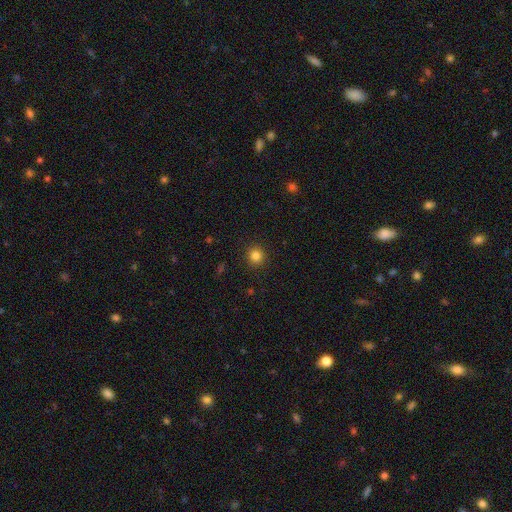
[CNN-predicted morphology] Q: Smooth or featured?
A: smooth (83%); runner-up: star or artifact (13%)
Q: How rounded?
A: round (91%); runner-up: in between (8%)
Q: Merging?
A: none (91%); runner-up: minor disturbance (5%)